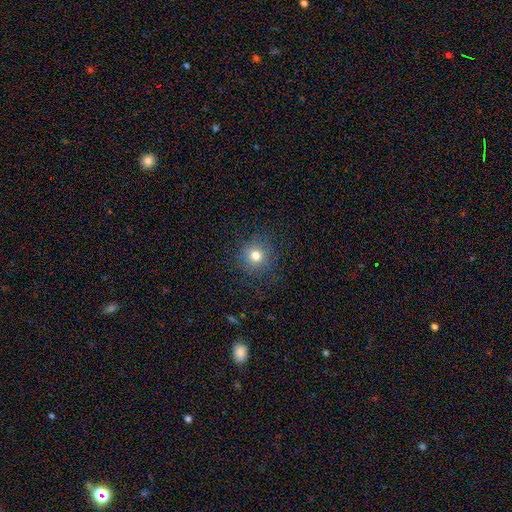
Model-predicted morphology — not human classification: This appears to be a smooth galaxy with no disk features (77%) that is round (92%). Merging: none (87%).